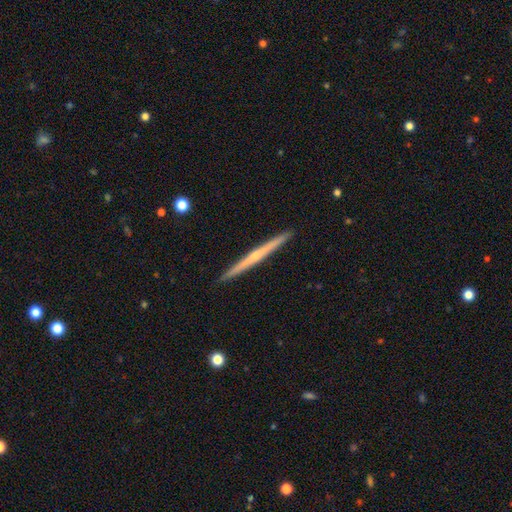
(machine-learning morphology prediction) smooth-or-featured: featured or disk: 64% | smooth: 30% | star or artifact: 5%
  disk-edge-on: yes: 98% | no: 2%
    edge-on-bulge: none: 61% | rounded: 35% | boxy: 5%
  merging: none: 93% | minor disturbance: 5% | major disturbance: 1% | merger: 1%